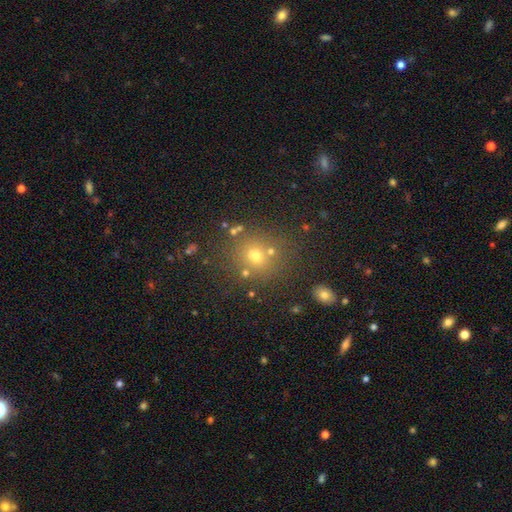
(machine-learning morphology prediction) smooth-or-featured: smooth: 63% | star or artifact: 25% | featured or disk: 12%
  how-rounded: round: 78% | in between: 21% | cigar-shaped: 1%
  merging: none: 72% | merger: 13% | minor disturbance: 11% | major disturbance: 4%